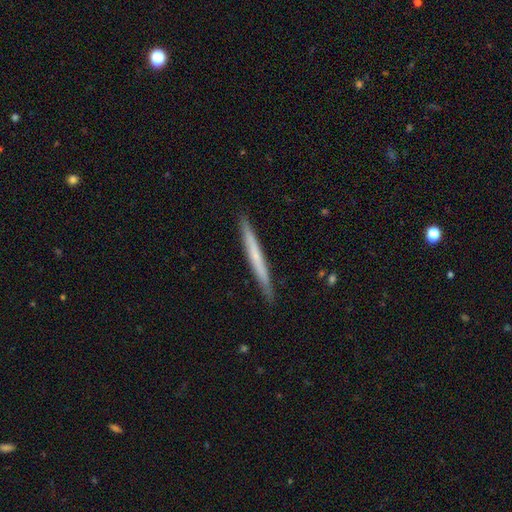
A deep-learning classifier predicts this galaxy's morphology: Smooth or featured: smooth — 49% (featured or disk — 45%)
Merging: none — 91% (minor disturbance — 7%)